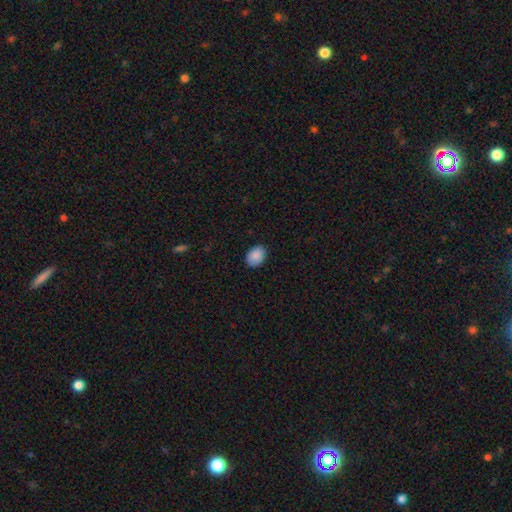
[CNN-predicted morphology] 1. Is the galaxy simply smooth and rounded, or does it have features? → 89% smooth, 7% star or artifact, 4% featured or disk.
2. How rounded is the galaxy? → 75% in between, 24% round, 1% cigar-shaped.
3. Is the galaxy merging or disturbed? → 88% none, 9% minor disturbance, 2% major disturbance, 1% merger.